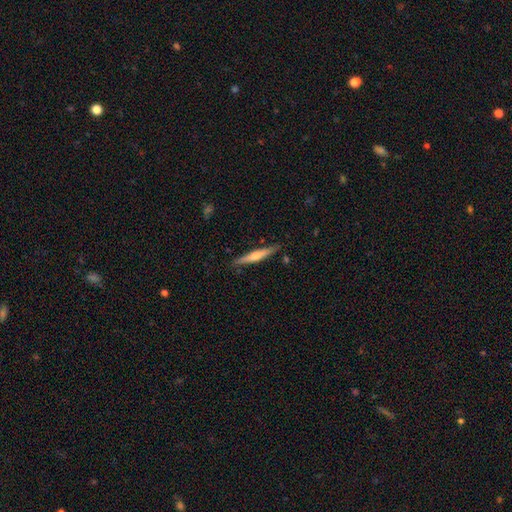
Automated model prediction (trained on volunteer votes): Morphology: type=featured or disk (59%); edge-on=yes (97%); edge-on bulge=rounded (83%); merging=none (88%).